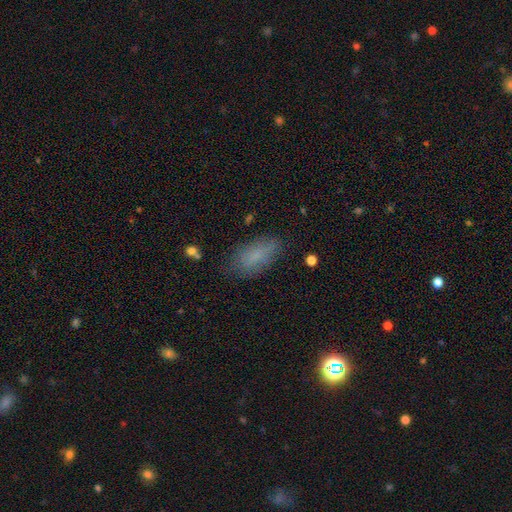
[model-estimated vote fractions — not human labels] Smooth or featured? Predicted: smooth (p=0.74). How rounded? Predicted: in between (p=0.85). Merging? Predicted: none (p=0.72).